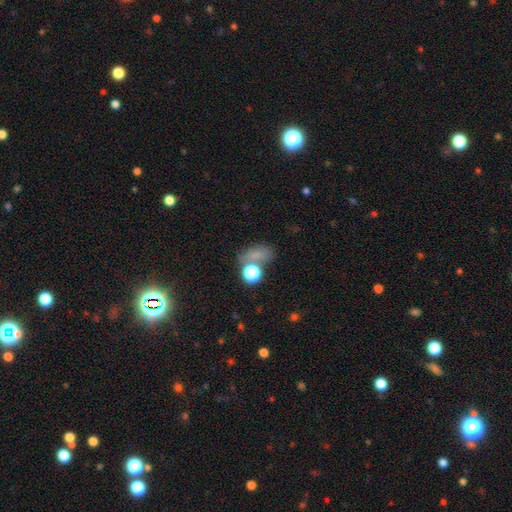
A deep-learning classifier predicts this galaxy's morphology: This appears to be a smooth galaxy with no disk features (64%) that is in between round and cigar-shaped (67%). Merging: none (51%).